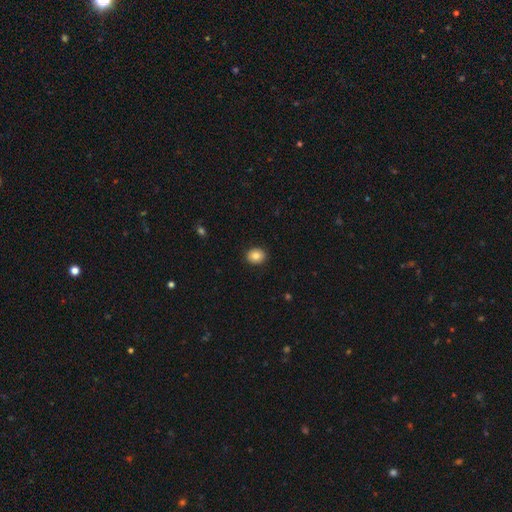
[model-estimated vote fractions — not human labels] Overall: smooth (85%). How rounded: round (63%; in between 36%). Merging: none (91%).